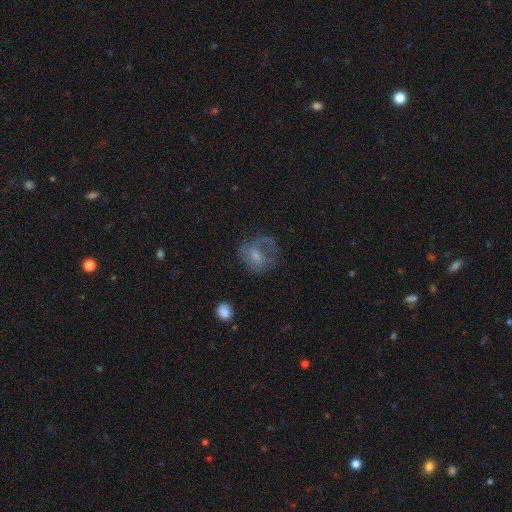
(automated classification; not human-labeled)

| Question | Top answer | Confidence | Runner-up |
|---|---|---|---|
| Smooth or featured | featured or disk | 50% | smooth (36%) |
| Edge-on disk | no | 96% | yes (4%) |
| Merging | none | 51% | major disturbance (25%) |